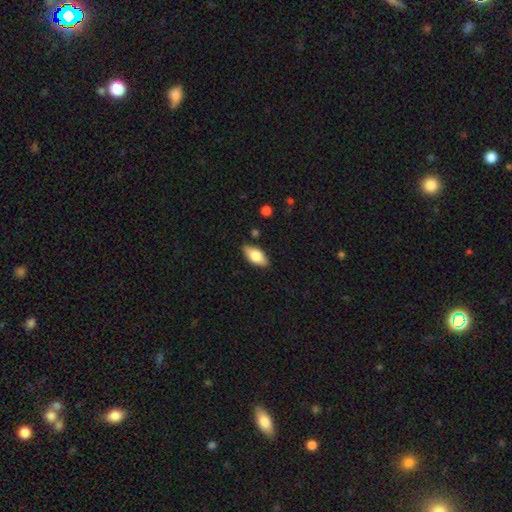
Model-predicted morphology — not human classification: Smooth or featured?
  - smooth: 73% *
  - featured or disk: 21%
  - star or artifact: 6%
How rounded?
  - in between: 89% *
  - cigar-shaped: 8%
  - round: 3%
Merging?
  - none: 86% *
  - minor disturbance: 11%
  - major disturbance: 2%
  - merger: 1%